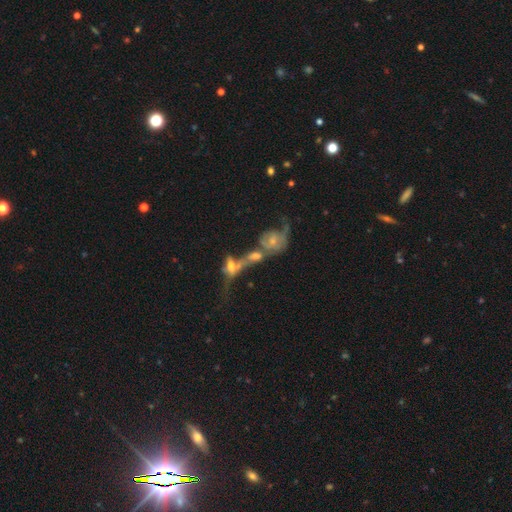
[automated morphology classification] featured or disk 64%, smooth 22%, star or artifact 14%. Down the decision tree: edge-on disk — no (85%); bar — no (75%); spiral arms — yes (62%); bulge size — small (46%); merging — merger (66%).